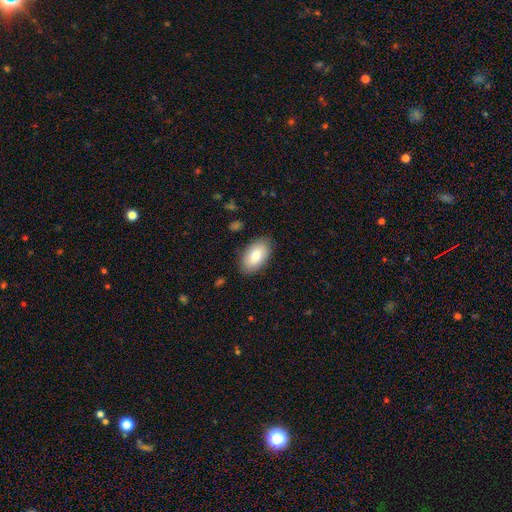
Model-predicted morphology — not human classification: Q: Smooth or featured?
A: smooth (79%); runner-up: featured or disk (14%)
Q: How rounded?
A: in between (94%); runner-up: round (4%)
Q: Merging?
A: none (86%); runner-up: minor disturbance (11%)